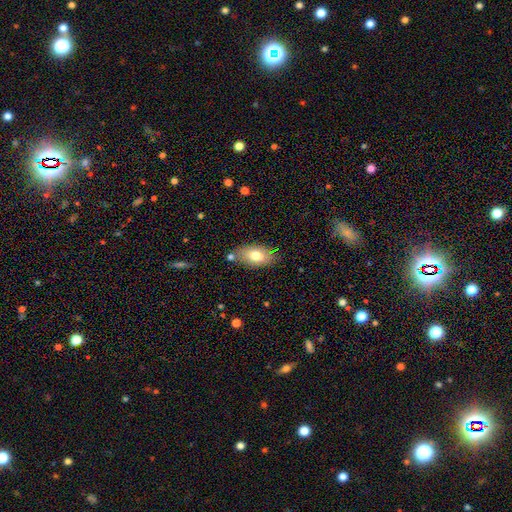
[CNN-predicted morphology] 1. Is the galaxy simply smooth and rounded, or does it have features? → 75% smooth, 17% featured or disk, 8% star or artifact.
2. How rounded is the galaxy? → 91% in between, 6% round, 3% cigar-shaped.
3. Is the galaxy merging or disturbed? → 75% none, 16% minor disturbance, 6% merger, 3% major disturbance.